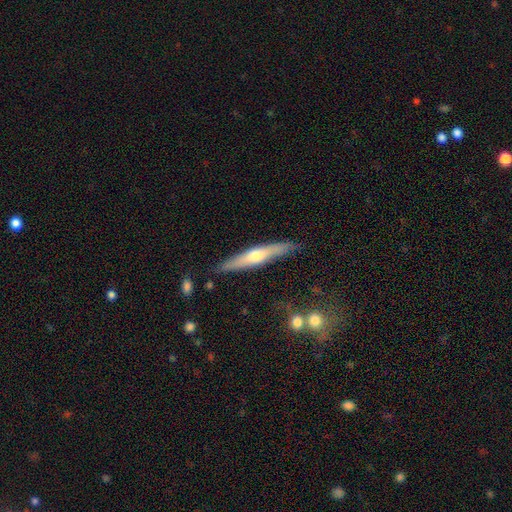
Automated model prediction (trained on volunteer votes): Morphology: type=featured or disk (57%); edge-on=yes (94%); edge-on bulge=rounded (86%); merging=none (87%).